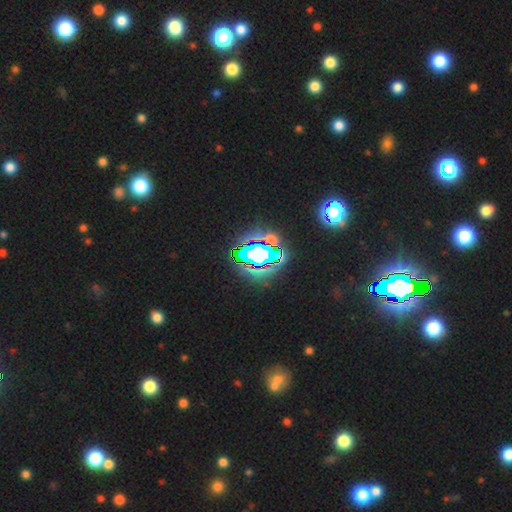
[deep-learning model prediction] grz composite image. It shows a star or artifact, not a galaxy (82%).